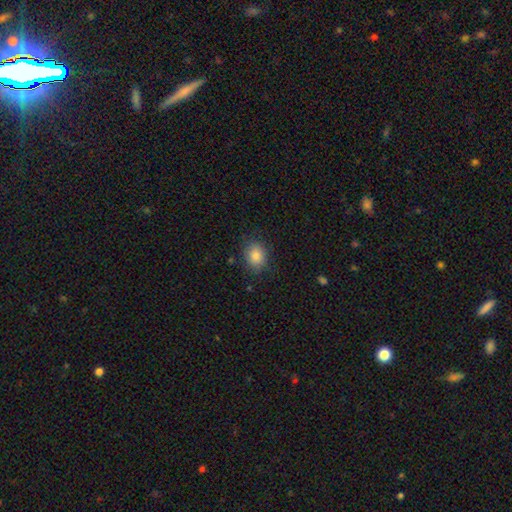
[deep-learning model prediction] The model was most divided on "how rounded": in between: 50%, round: 49%, cigar-shaped: 1%. More confident: smooth or featured — smooth (85%); merging — none (85%).